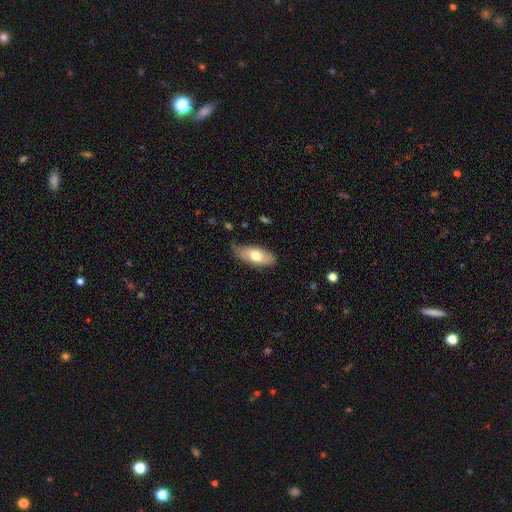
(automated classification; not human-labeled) A smooth galaxy with no disk features (66%) that is in between round and cigar-shaped (85%).

Vote fractions:
- Smooth or featured? smooth: 66% / featured or disk: 29% / star or artifact: 6%
- How rounded? in between: 85% / cigar-shaped: 12% / round: 3%
- Merging? none: 70% / minor disturbance: 24% / major disturbance: 4% / merger: 1%